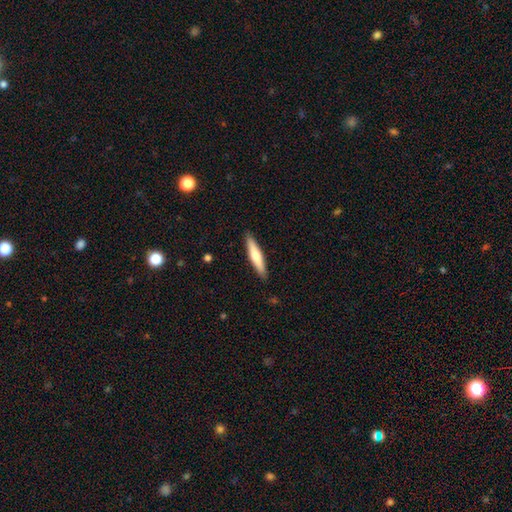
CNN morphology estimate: Q: Smooth or featured?
A: smooth (63%); runner-up: featured or disk (33%)
Q: How rounded?
A: cigar-shaped (88%); runner-up: in between (11%)
Q: Merging?
A: none (90%); runner-up: minor disturbance (7%)